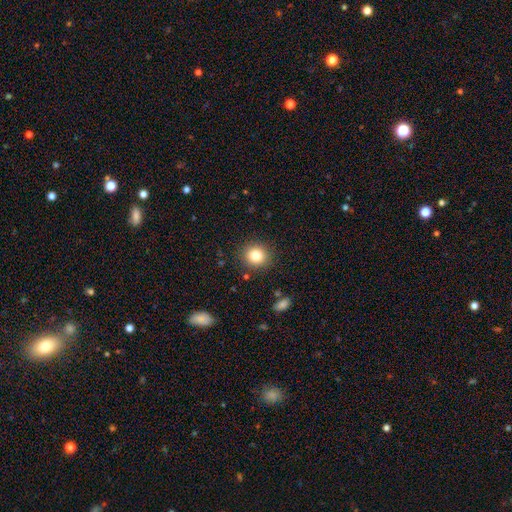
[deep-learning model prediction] Overall: smooth (82%). How rounded: round (86%). Merging: none (89%).